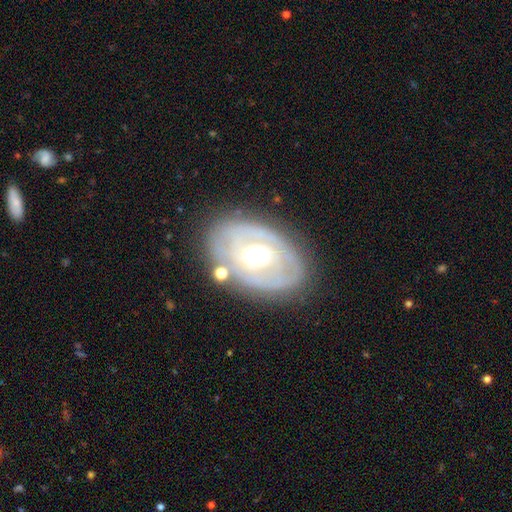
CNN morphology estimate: A featured or disk galaxy (68%) with no bar (62%), no spiral arms (53%) and a moderate central bulge (60%). Merging: none (71%).